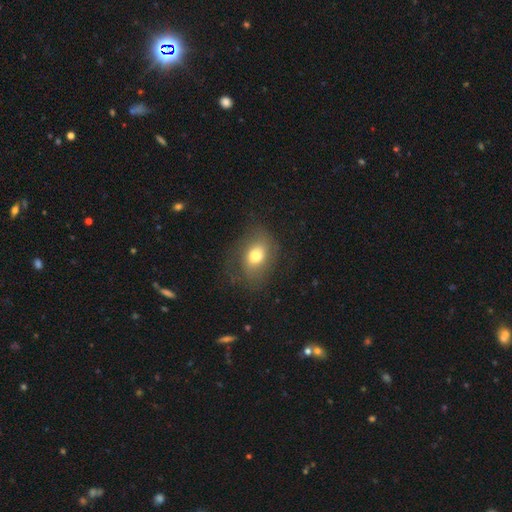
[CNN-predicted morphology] This appears to be a smooth galaxy with no disk features (69%) that is in between round and cigar-shaped (66%). Merging: none (68%).